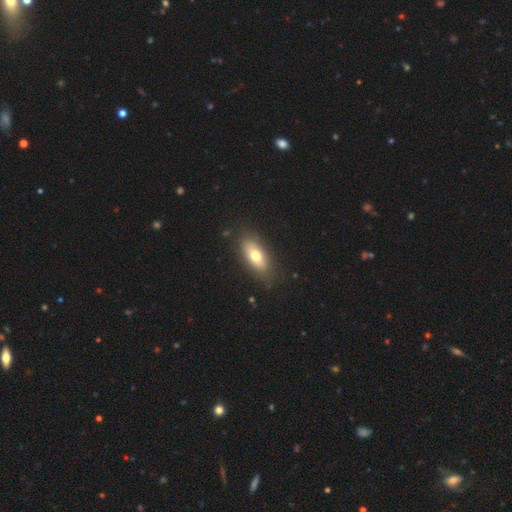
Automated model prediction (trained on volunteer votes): The model was most divided on "smooth or featured": smooth: 69%, featured or disk: 25%, star or artifact: 7%. More confident: merging — none (82%); how rounded — in between (80%).